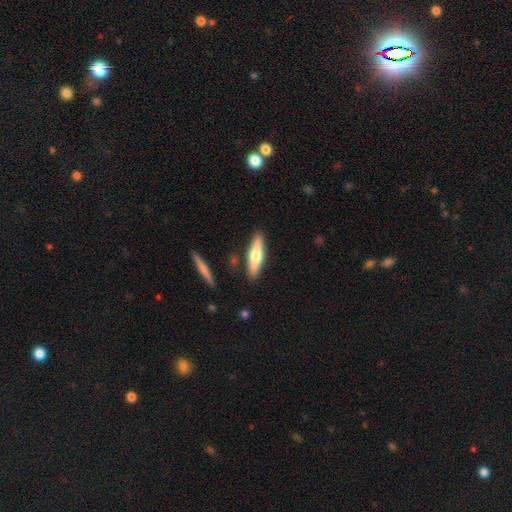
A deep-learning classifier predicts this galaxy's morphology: Smooth or featured? smooth (53%)
How rounded? cigar-shaped (73%)
Merging? none (86%)